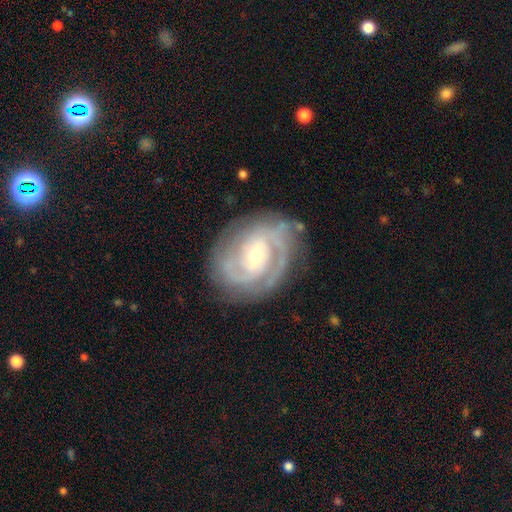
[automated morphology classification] type=featured or disk (86%); edge-on=no (97%); bar=weak (45%); spiral arms=yes (96%); winding=tight (68%); arm count=2 (36%); bulge=moderate (55%); merging=none (78%).